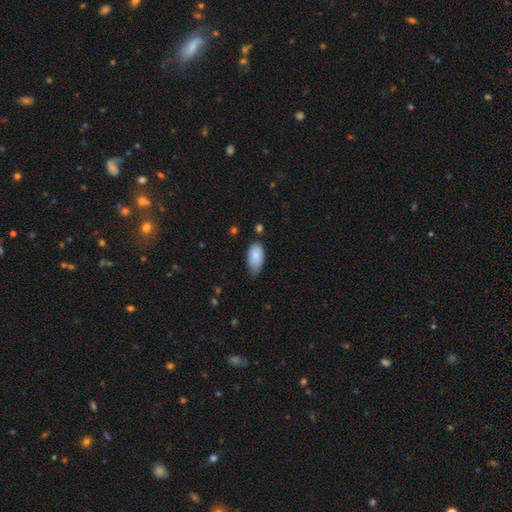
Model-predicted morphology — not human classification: The model was most divided on "merging": none: 56%, minor disturbance: 36%, major disturbance: 5%, merger: 3%. More confident: how rounded — in between (93%); smooth or featured — smooth (85%).